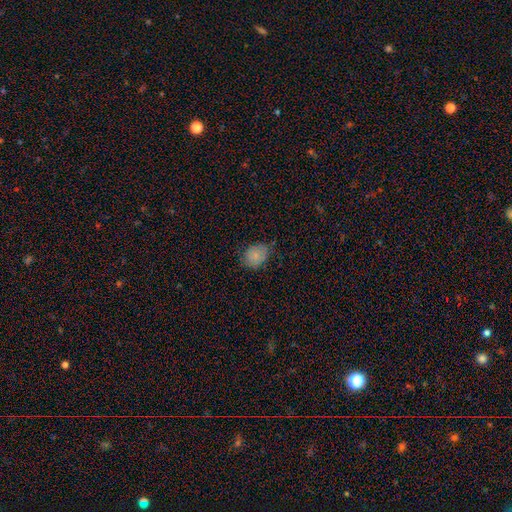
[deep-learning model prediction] Morphology: type=smooth (81%); roundness=in between (59%); merging=none (65%).